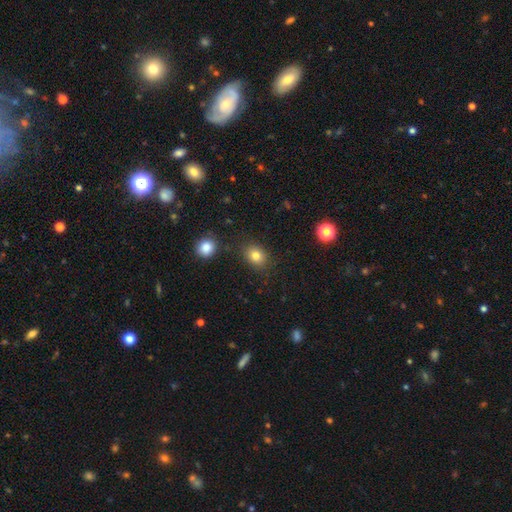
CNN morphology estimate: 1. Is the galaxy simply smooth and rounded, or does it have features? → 81% smooth, 12% star or artifact, 8% featured or disk.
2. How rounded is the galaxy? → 54% round, 45% in between, 1% cigar-shaped.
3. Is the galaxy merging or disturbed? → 84% none, 10% minor disturbance, 3% merger, 3% major disturbance.